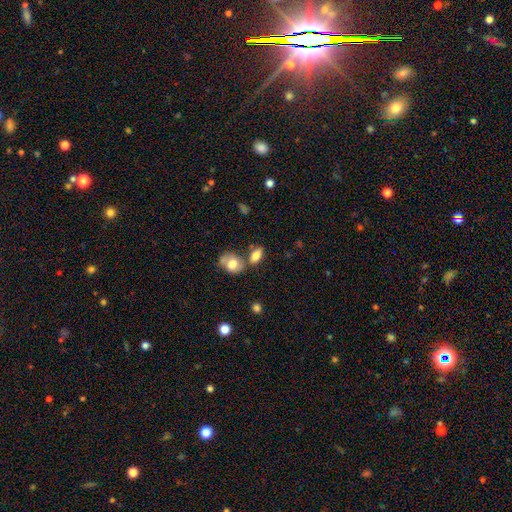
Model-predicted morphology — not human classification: This appears to be a smooth galaxy with no disk features (76%) that is in between round and cigar-shaped (84%). Merging: none (61%).